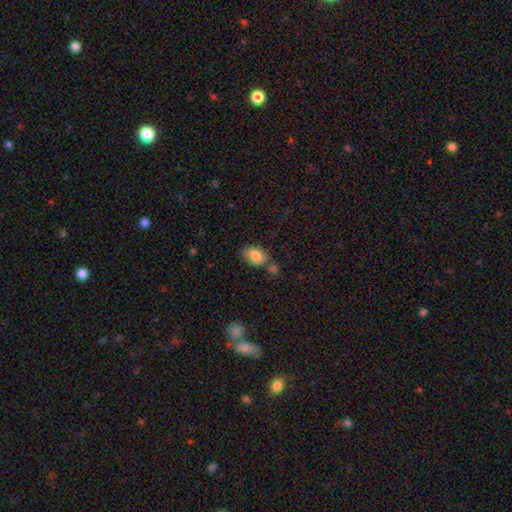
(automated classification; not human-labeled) The model was most divided on "merging": none: 68%, minor disturbance: 15%, merger: 13%, major disturbance: 4%. More confident: smooth or featured — smooth (83%); how rounded — in between (77%).